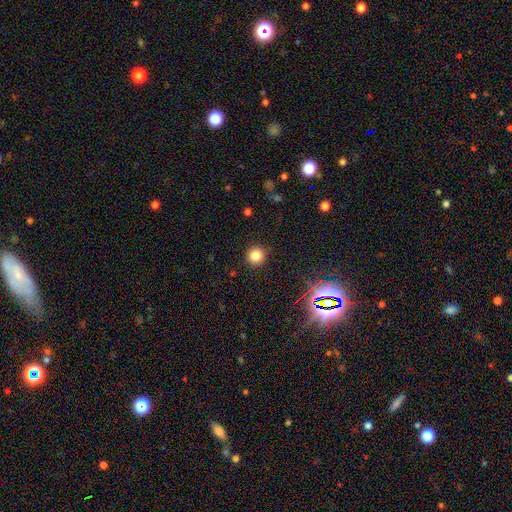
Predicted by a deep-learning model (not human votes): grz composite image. It shows a smooth galaxy with no disk features (80%) that is round (94%). Merging: none (91%).